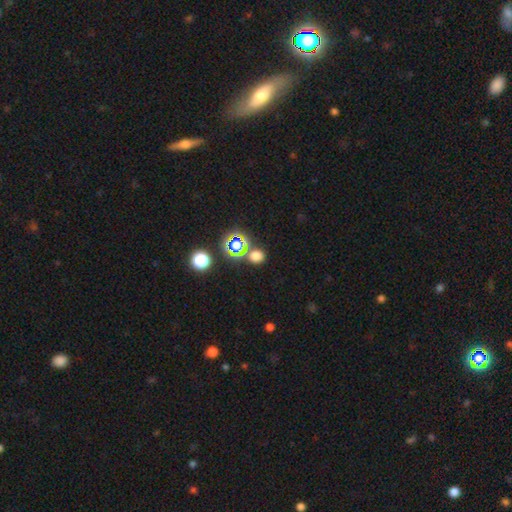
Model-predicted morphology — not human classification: Smooth or featured? smooth (67%)
How rounded? round (74%)
Merging? none (74%)